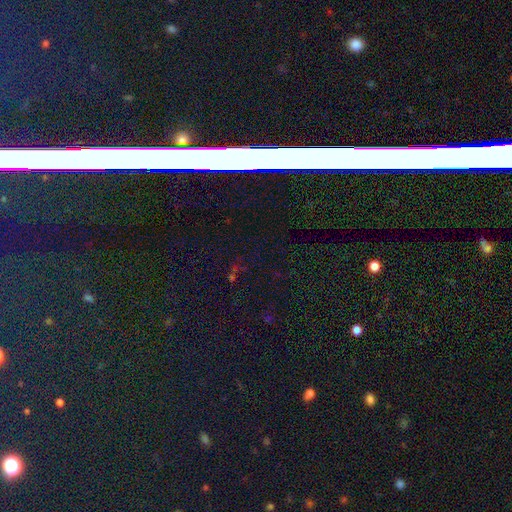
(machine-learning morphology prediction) This is likely a star or artifact rather than a galaxy (64%).